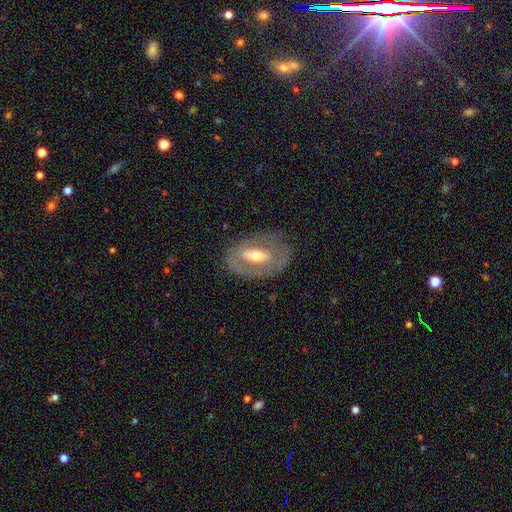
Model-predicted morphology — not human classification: Q: Smooth or featured?
A: featured or disk (69%); runner-up: smooth (25%)
Q: Edge-on disk?
A: no (89%); runner-up: yes (11%)
Q: Bar?
A: strong (38%); runner-up: weak (33%)
Q: Spiral arms?
A: no (58%); runner-up: yes (42%)
Q: Bulge size?
A: moderate (65%); runner-up: small (26%)
Q: Merging?
A: none (67%); runner-up: minor disturbance (20%)